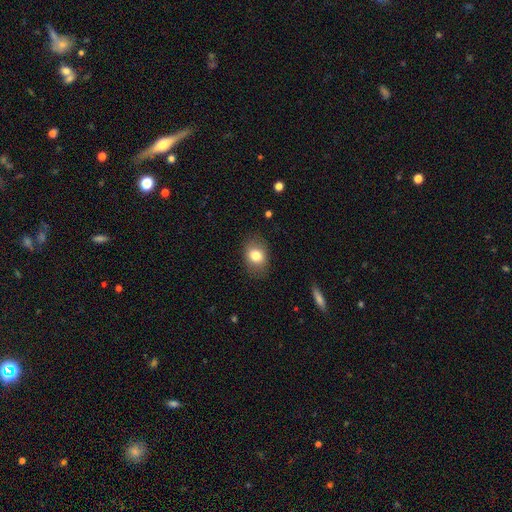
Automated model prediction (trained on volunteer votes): This is likely a smooth galaxy (79%). How rounded: likely in between (63%). Merging: clearly none (83%).